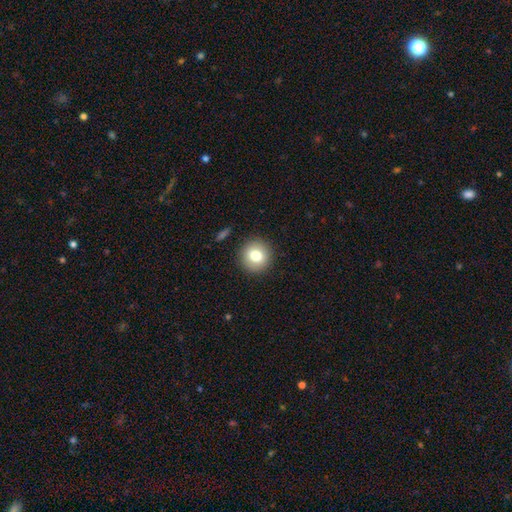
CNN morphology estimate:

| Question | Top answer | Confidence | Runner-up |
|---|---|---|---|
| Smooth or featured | smooth | 77% | featured or disk (13%) |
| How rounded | round | 94% | in between (5%) |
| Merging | none | 91% | minor disturbance (6%) |